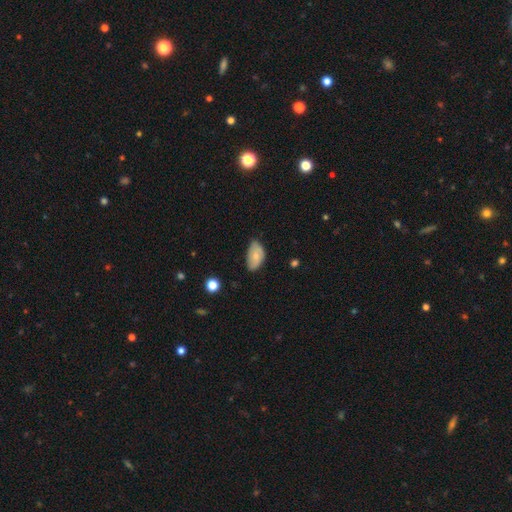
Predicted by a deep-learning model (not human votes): A smooth galaxy with no disk features (67%) that is in between round and cigar-shaped (93%). Merging: none (58%).